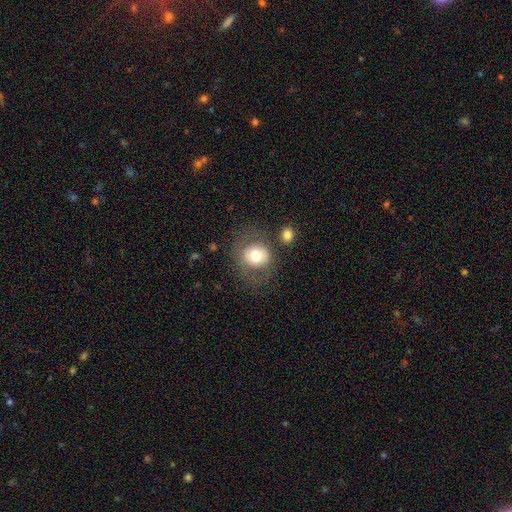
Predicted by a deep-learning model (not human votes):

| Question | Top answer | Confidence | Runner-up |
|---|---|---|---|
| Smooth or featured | smooth | 71% | featured or disk (20%) |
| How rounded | round | 78% | in between (21%) |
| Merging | none | 65% | minor disturbance (16%) |